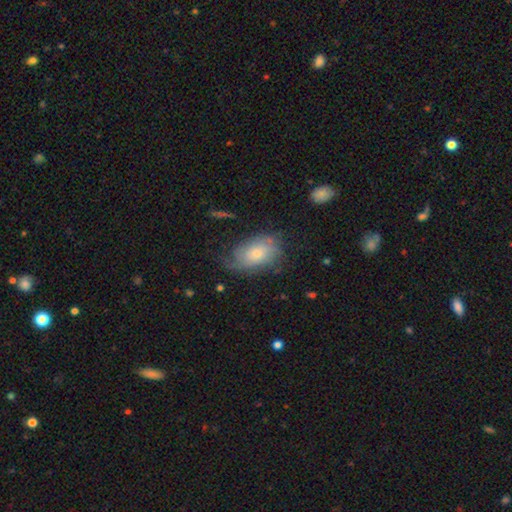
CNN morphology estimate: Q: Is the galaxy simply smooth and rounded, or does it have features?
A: featured or disk — 45%.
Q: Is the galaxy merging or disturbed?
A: none — 58%.